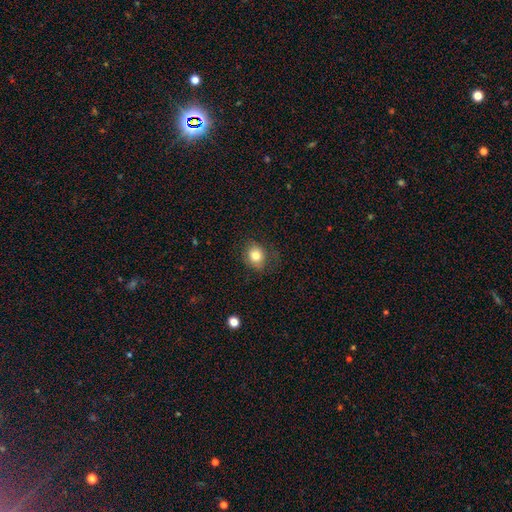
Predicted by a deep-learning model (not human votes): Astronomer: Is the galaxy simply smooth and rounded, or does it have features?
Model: smooth — 80%.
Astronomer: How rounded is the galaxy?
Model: round — 59% (runner-up: in between, 40%).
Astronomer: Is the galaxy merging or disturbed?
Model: none — 71%.